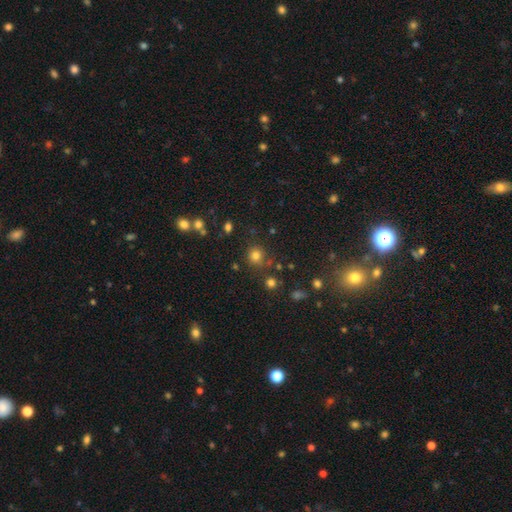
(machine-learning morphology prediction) A smooth galaxy with no disk features (77%) that is round (90%).

Vote fractions:
- Smooth or featured? smooth: 77% / star or artifact: 17% / featured or disk: 6%
- How rounded? round: 90% / in between: 9% / cigar-shaped: 1%
- Merging? none: 77% / minor disturbance: 11% / merger: 8% / major disturbance: 4%